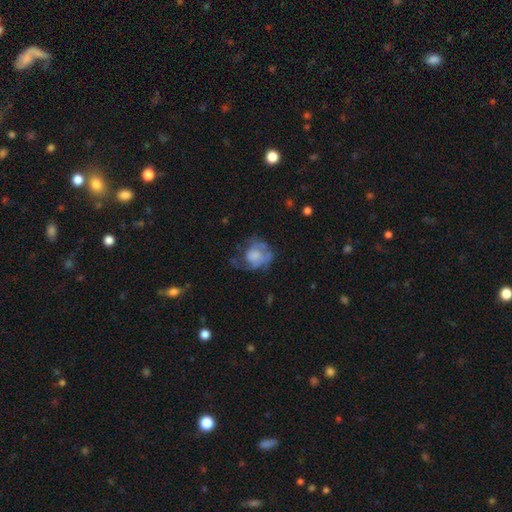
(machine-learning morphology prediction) This is possibly a featured or disk galaxy (52%). It is clearly not viewed edge-on (98%). Bar: likely no (80%). Spiral arm pattern: possibly yes (57%). Central bulge: marginally none (31%). Merging: marginally none (39%).